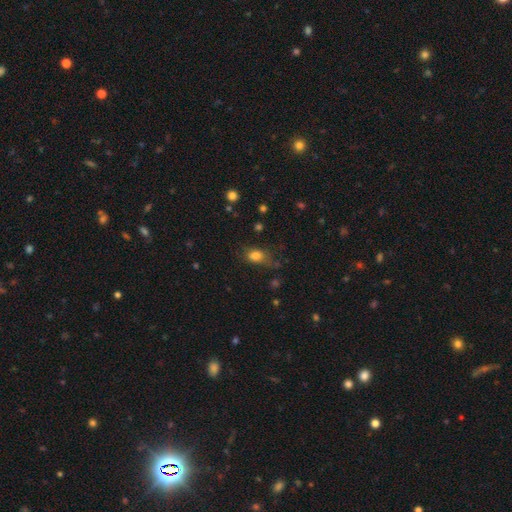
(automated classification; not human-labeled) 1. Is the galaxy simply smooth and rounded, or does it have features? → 81% smooth, 11% star or artifact, 8% featured or disk.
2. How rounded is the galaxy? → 73% in between, 24% round, 3% cigar-shaped.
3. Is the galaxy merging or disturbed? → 59% none, 26% minor disturbance, 12% major disturbance, 3% merger.